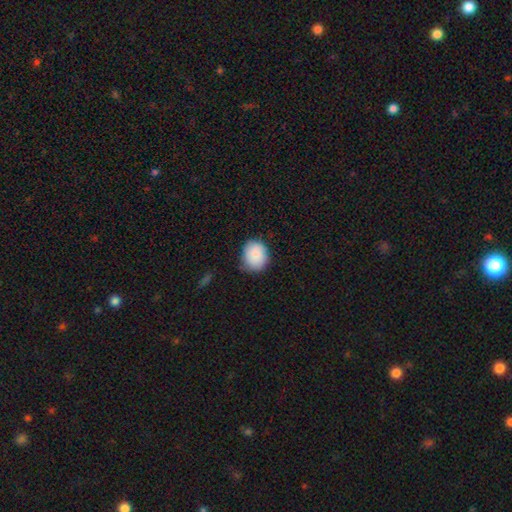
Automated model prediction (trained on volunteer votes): Smooth or featured: smooth — 87% (star or artifact — 7%)
How rounded: round — 63% (in between — 36%)
Merging: none — 77% (minor disturbance — 18%)